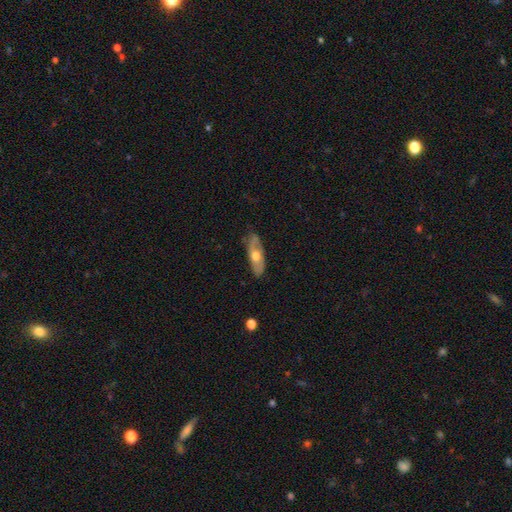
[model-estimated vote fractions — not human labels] smooth-or-featured: featured or disk: 53% | smooth: 41% | star or artifact: 6%
  disk-edge-on: no: 66% | yes: 34%
  merging: none: 80% | minor disturbance: 16% | major disturbance: 3% | merger: 1%